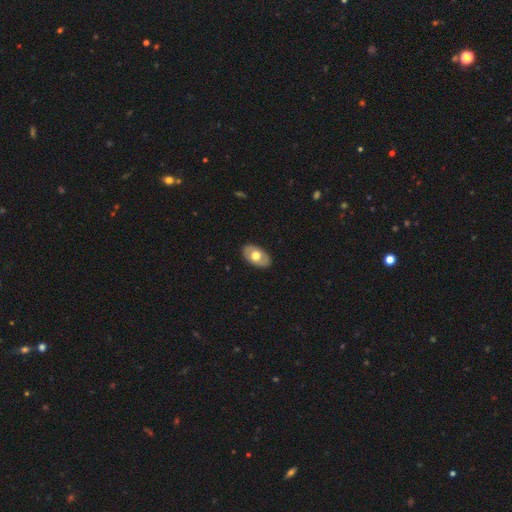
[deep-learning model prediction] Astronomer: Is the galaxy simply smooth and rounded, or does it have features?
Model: smooth — 57% (runner-up: featured or disk, 37%).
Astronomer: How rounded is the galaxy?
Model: in between — 90%.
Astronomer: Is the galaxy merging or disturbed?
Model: none — 87%.